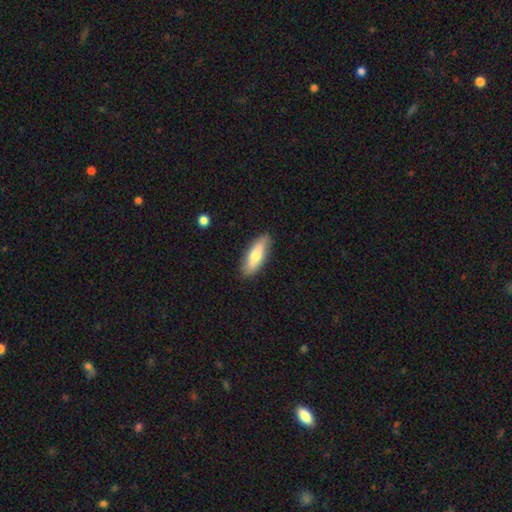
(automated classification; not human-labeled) Smooth or featured? Predicted: smooth (p=0.71). How rounded? Predicted: in between (p=0.57). Merging? Predicted: none (p=0.87).